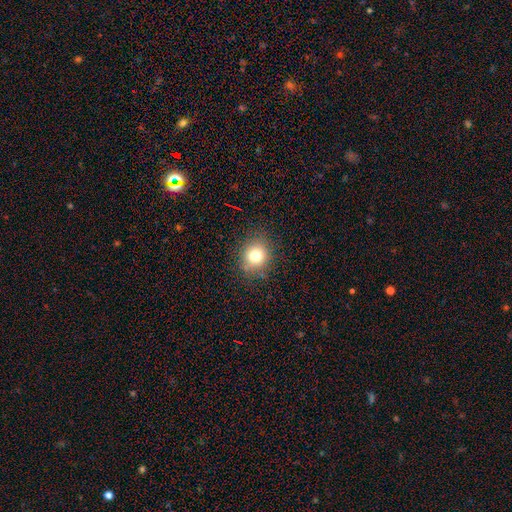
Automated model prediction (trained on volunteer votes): smooth_or_featured: smooth (p=0.77) [alt: star or artifact p=0.14]
how_rounded: round (p=0.79) [alt: in between p=0.20]
merging: none (p=0.86) [alt: minor disturbance p=0.10]